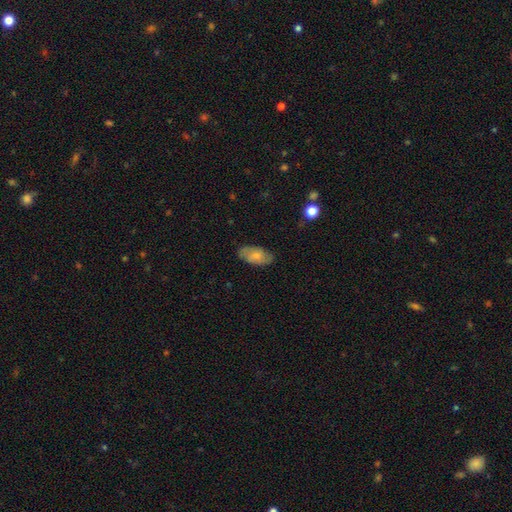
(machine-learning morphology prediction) type=smooth (64%); roundness=in between (93%); merging=none (80%).